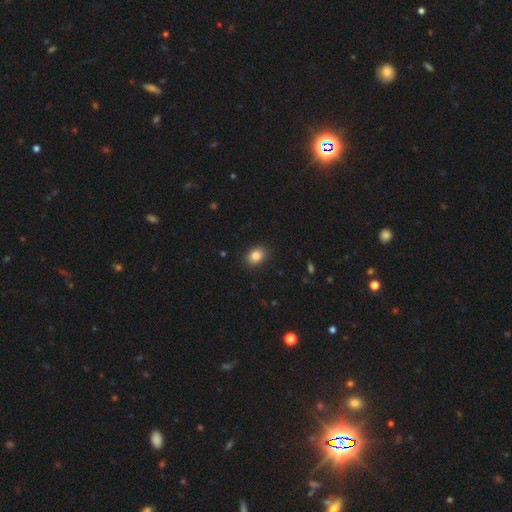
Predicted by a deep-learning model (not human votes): Smooth or featured?
  - smooth: 85% *
  - star or artifact: 9%
  - featured or disk: 6%
How rounded?
  - in between: 64% *
  - round: 35%
  - cigar-shaped: 1%
Merging?
  - none: 89% *
  - minor disturbance: 8%
  - major disturbance: 2%
  - merger: 1%